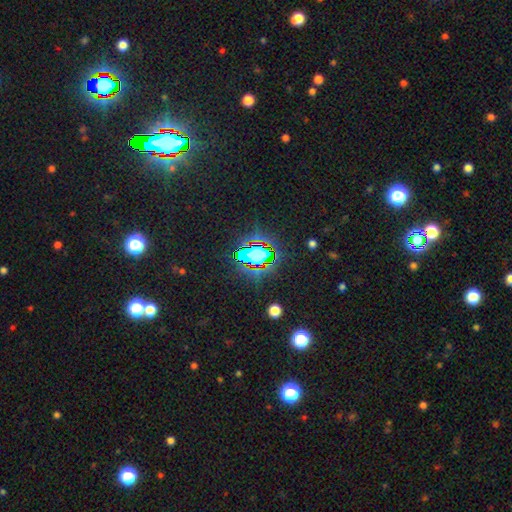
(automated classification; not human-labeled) Overall: star or artifact (66%).